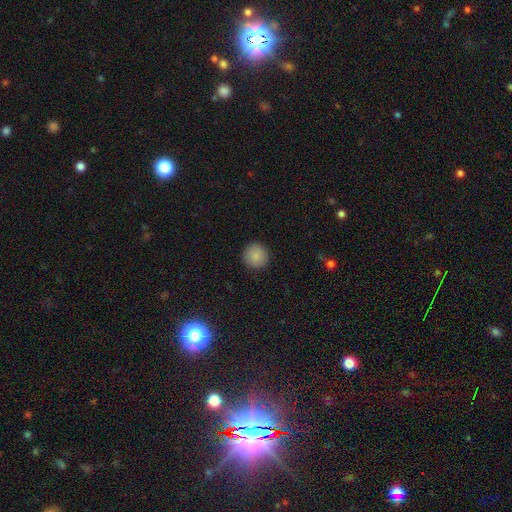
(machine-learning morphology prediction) This is clearly a smooth galaxy (87%). How rounded: clearly round (95%). Merging: clearly none (92%).